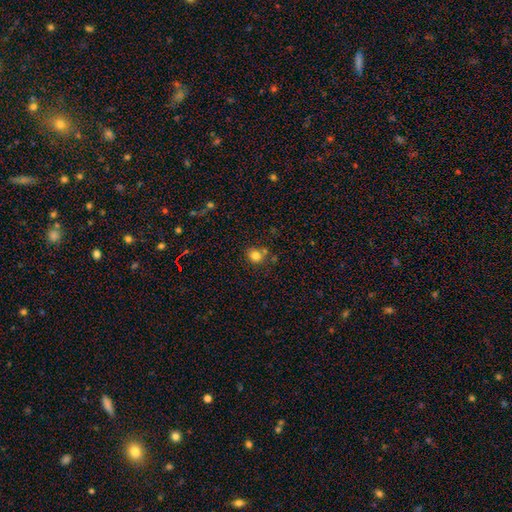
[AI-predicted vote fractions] Q: Smooth or featured?
A: smooth (80%); runner-up: star or artifact (13%)
Q: How rounded?
A: round (79%); runner-up: in between (20%)
Q: Merging?
A: none (71%); runner-up: merger (14%)